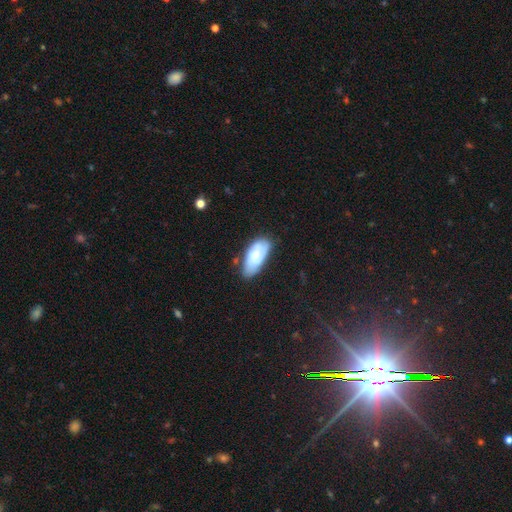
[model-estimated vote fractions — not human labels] A smooth galaxy with no disk features (64%) that is in between round and cigar-shaped (90%).

Vote fractions:
- Smooth or featured? smooth: 64% / featured or disk: 30% / star or artifact: 7%
- How rounded? in between: 90% / cigar-shaped: 7% / round: 2%
- Merging? none: 63% / minor disturbance: 28% / major disturbance: 6% / merger: 3%